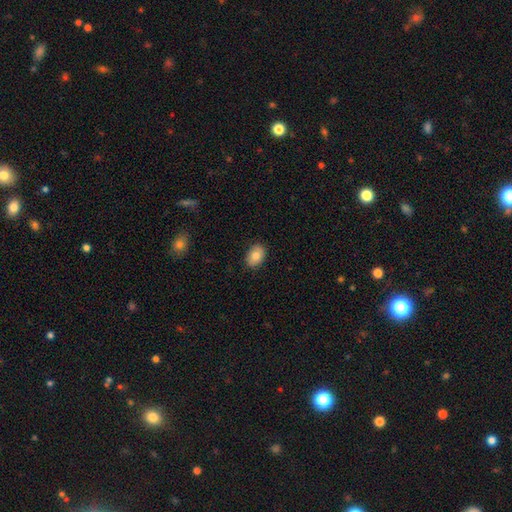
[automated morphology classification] Smooth or featured: smooth — 82% (featured or disk — 10%)
How rounded: in between — 81% (round — 18%)
Merging: none — 87% (minor disturbance — 10%)